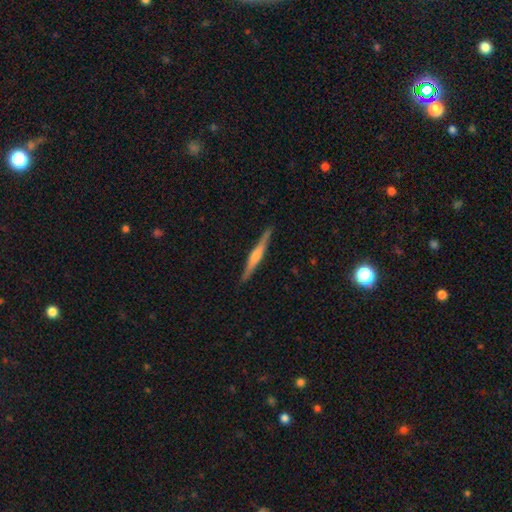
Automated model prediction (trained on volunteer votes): The model was most divided on "smooth or featured": featured or disk: 71%, smooth: 23%, star or artifact: 6%. More confident: edge-on disk — yes (98%); merging — none (91%); edge-on bulge — rounded (68%).